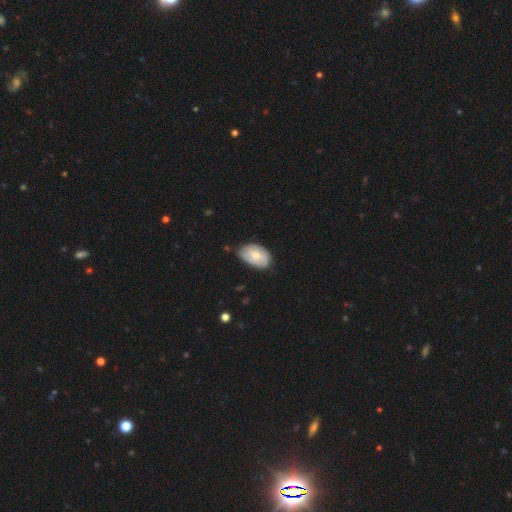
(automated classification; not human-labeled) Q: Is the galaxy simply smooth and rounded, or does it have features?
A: smooth — 66%.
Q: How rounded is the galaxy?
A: in between — 91%.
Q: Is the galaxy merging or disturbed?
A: none — 65%.